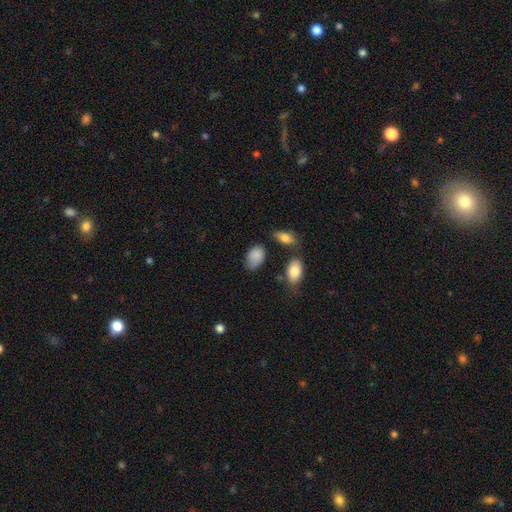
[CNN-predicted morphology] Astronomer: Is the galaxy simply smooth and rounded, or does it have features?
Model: smooth — 86%.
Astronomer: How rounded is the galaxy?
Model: in between — 88%.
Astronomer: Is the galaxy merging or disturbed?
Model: none — 59%.